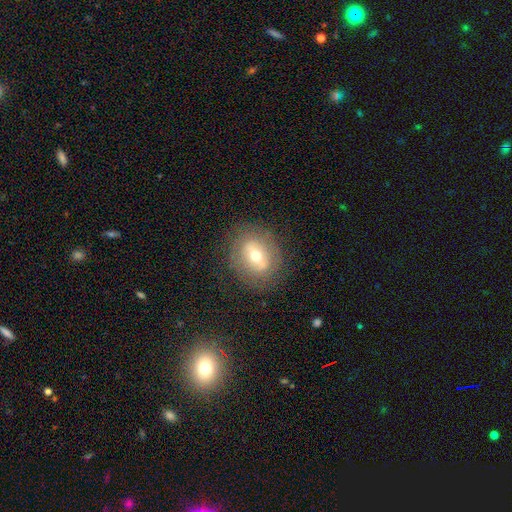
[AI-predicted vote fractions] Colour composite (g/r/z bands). It shows a featured or disk galaxy (49%). Merging: none (79%).